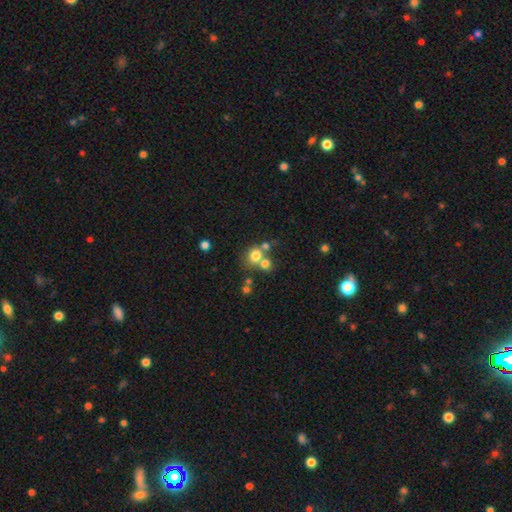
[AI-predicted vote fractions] Smooth or featured: smooth — 73% (star or artifact — 14%)
How rounded: round — 72% (in between — 27%)
Merging: none — 45% (merger — 41%)